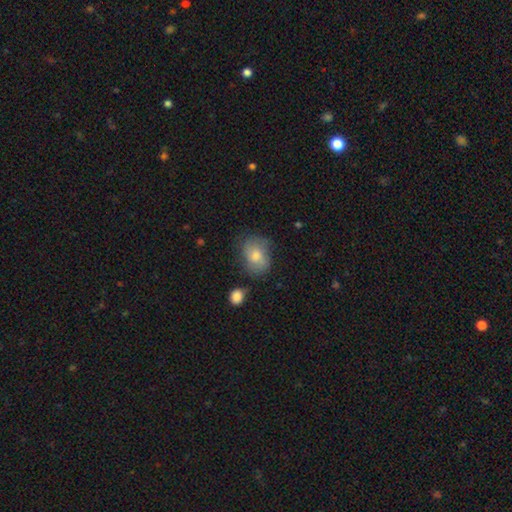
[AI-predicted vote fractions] Smooth or featured? smooth (66%)
How rounded? in between (56%)
Merging? none (67%)